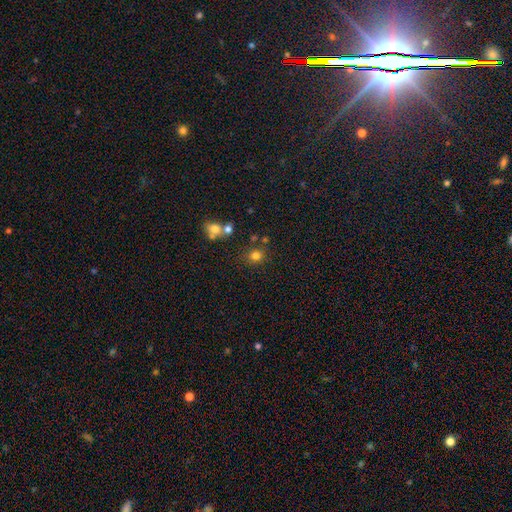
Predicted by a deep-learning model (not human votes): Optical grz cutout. It shows a smooth galaxy with no disk features (77%) that is round (76%). Merging: none (73%).